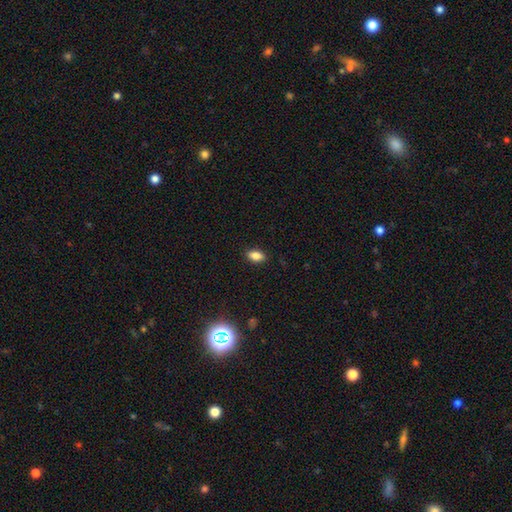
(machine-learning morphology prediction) Smooth or featured?
  - smooth: 84% *
  - star or artifact: 10%
  - featured or disk: 6%
How rounded?
  - in between: 89% *
  - round: 8%
  - cigar-shaped: 3%
Merging?
  - none: 89% *
  - minor disturbance: 8%
  - major disturbance: 2%
  - merger: 1%